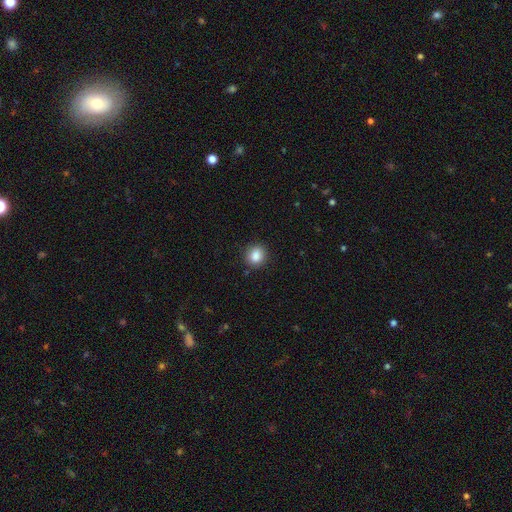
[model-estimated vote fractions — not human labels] A smooth galaxy with no disk features (86%) that is round (77%).

Vote fractions:
- Smooth or featured? smooth: 86% / star or artifact: 10% / featured or disk: 4%
- How rounded? round: 77% / in between: 22% / cigar-shaped: 1%
- Merging? none: 89% / minor disturbance: 8% / major disturbance: 2% / merger: 1%